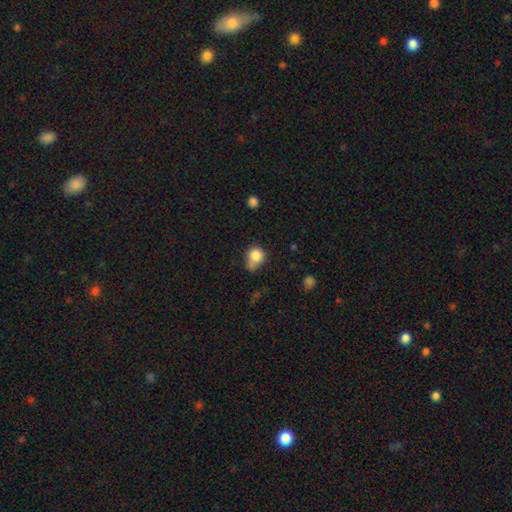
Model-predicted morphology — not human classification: The model was most divided on "merging": none: 37%, minor disturbance: 31%, merger: 19%, major disturbance: 13%. More confident: smooth or featured — smooth (81%); how rounded — round (71%).